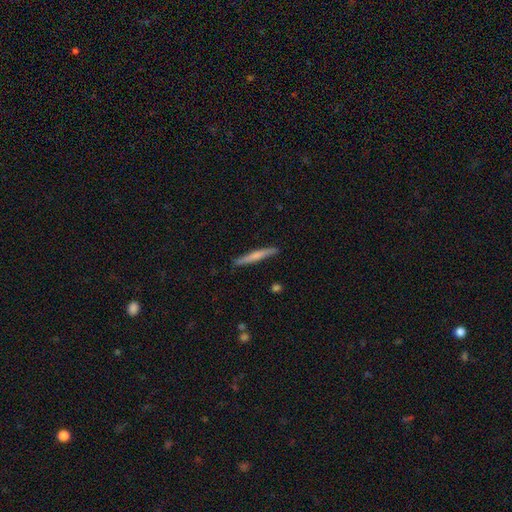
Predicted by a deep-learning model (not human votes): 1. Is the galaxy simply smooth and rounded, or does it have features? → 59% smooth, 36% featured or disk, 5% star or artifact.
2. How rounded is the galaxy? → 96% cigar-shaped, 3% in between, 1% round.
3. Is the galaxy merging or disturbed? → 88% none, 9% minor disturbance, 2% major disturbance, 1% merger.